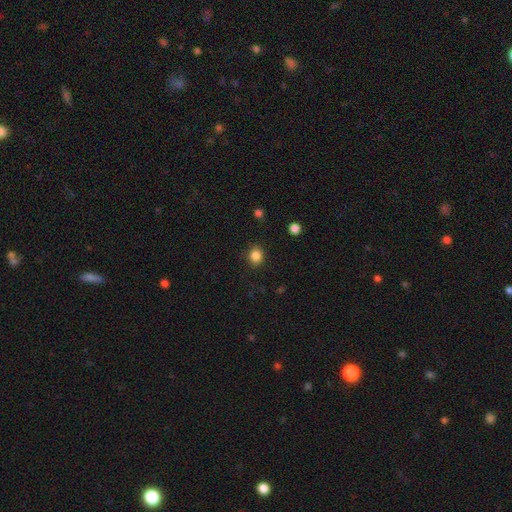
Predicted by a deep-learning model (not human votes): Overall: smooth (86%). How rounded: round (72%). Merging: none (88%).